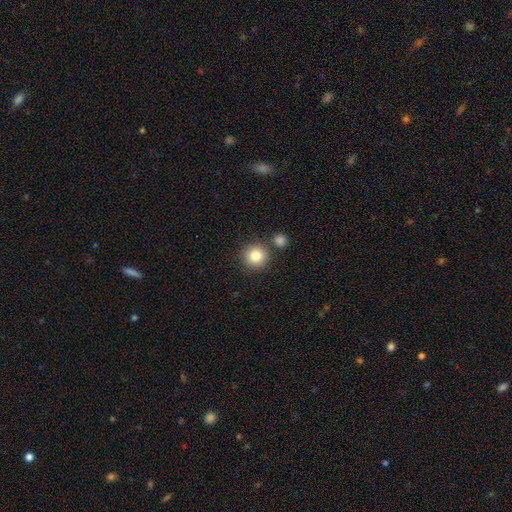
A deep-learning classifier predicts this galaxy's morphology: A smooth galaxy with no disk features (83%) that is round (93%).

Vote fractions:
- Smooth or featured? smooth: 83% / star or artifact: 10% / featured or disk: 7%
- How rounded? round: 93% / in between: 6% / cigar-shaped: 1%
- Merging? none: 80% / merger: 10% / minor disturbance: 8% / major disturbance: 3%